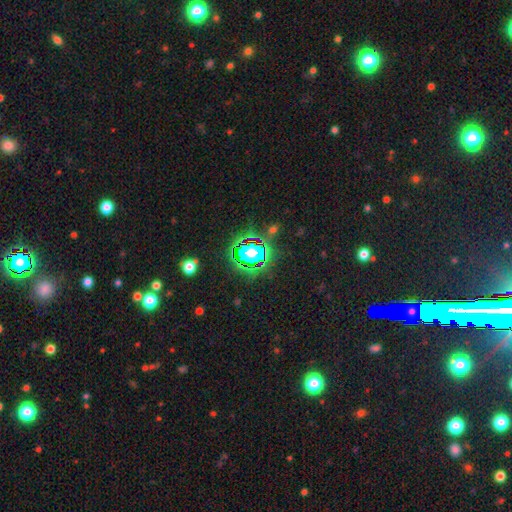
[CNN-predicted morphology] smooth_or_featured: star or artifact (p=0.82) [alt: smooth p=0.11]